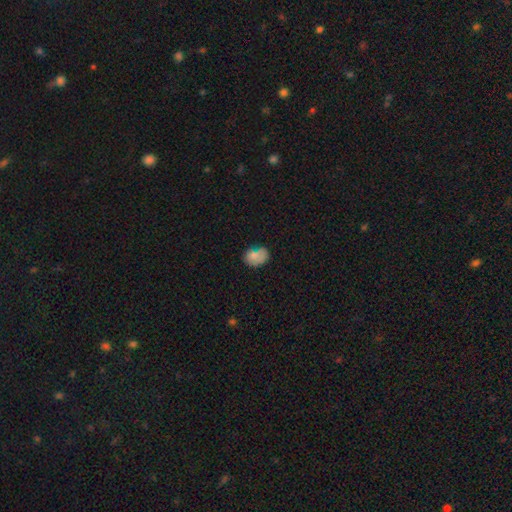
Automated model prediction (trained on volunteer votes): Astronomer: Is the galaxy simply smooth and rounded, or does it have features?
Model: smooth — 75%.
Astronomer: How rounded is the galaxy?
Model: in between — 75%.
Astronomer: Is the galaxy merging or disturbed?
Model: none — 58%.